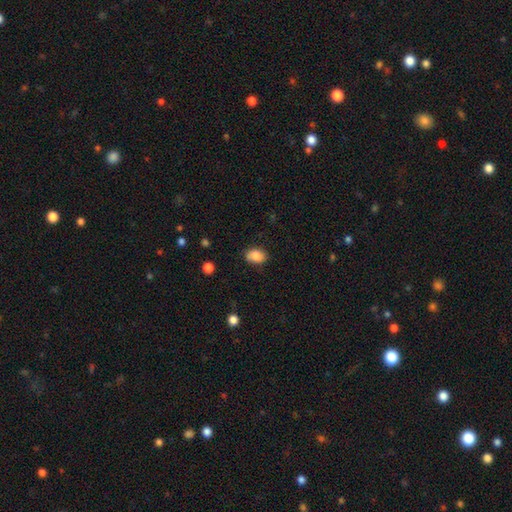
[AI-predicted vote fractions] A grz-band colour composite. It shows a smooth galaxy with no disk features (85%) that is in between round and cigar-shaped (77%). Merging: none (81%).